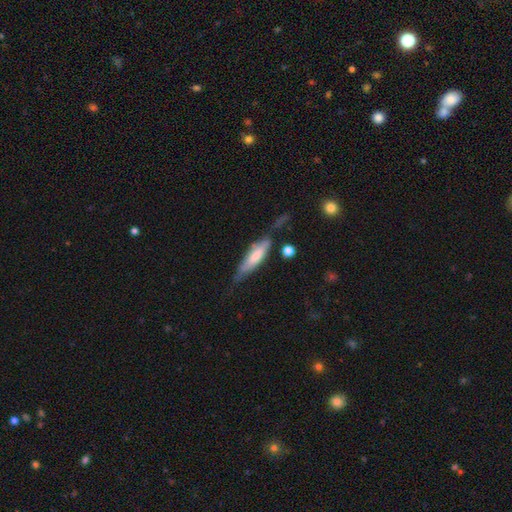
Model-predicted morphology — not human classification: The model was most divided on "smooth or featured": smooth: 59%, featured or disk: 35%, star or artifact: 6%. More confident: how rounded — cigar-shaped (70%); merging — none (54%).